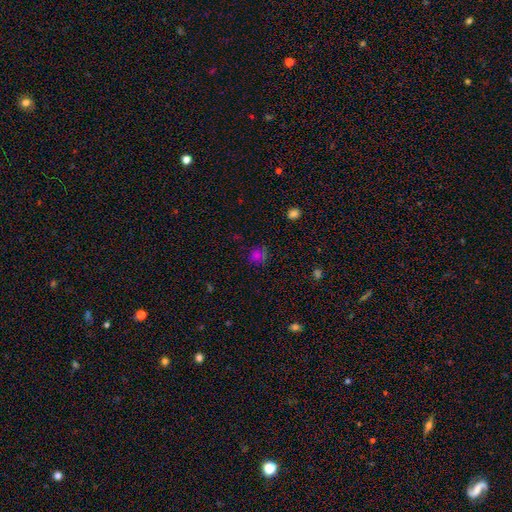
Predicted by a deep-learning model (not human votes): Smooth or featured: smooth — 68% (star or artifact — 26%)
How rounded: round — 76% (in between — 22%)
Merging: none — 74% (minor disturbance — 18%)